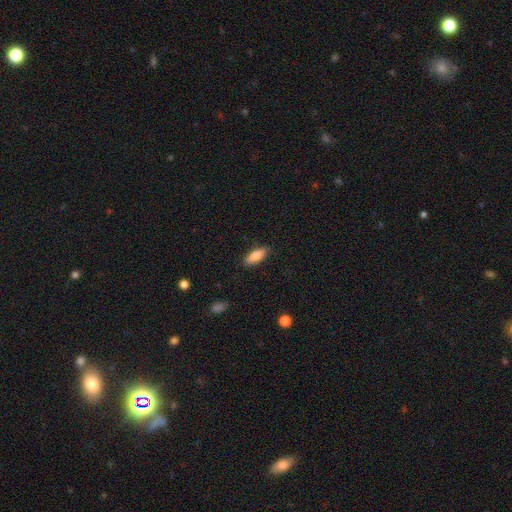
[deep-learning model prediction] A smooth galaxy with no disk features (82%) that is in between round and cigar-shaped (69%). Merging: none (87%).